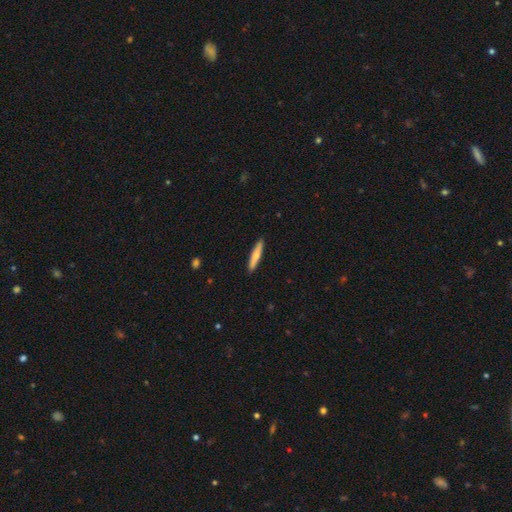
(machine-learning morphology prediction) Smooth or featured: smooth — 67% (featured or disk — 28%)
How rounded: cigar-shaped — 92% (in between — 7%)
Merging: none — 91% (minor disturbance — 7%)